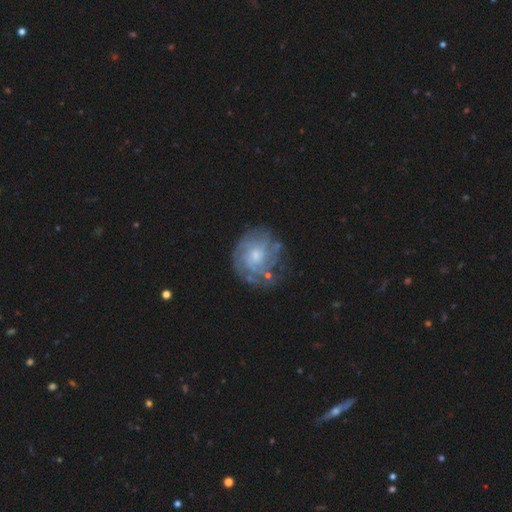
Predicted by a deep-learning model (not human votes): featured or disk 78%, smooth 15%, star or artifact 7%. Down the decision tree: edge-on disk — no (98%); bar — no (70%); spiral arms — yes (89%); spiral arm count — can't tell (48%); spiral winding — tight (64%); bulge size — small (46%); merging — none (68%).